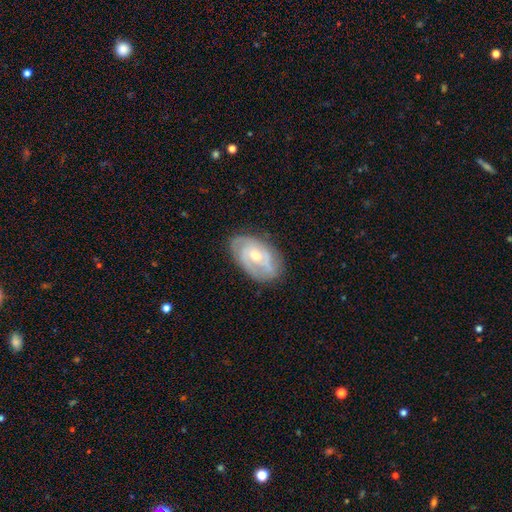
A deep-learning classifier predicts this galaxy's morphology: Smooth or featured?
  - featured or disk: 77% *
  - smooth: 17%
  - star or artifact: 6%
Edge-on disk?
  - no: 95% *
  - yes: 5%
Bar?
  - no: 59% *
  - weak: 33%
  - strong: 8%
Spiral arms?
  - yes: 89% *
  - no: 11%
Spiral winding?
  - tight: 52% *
  - medium: 36%
  - loose: 11%
Spiral arm count?
  - 2: 36% *
  - can't tell: 29%
  - 3: 23%
  - 1: 5%
  - 4: 5%
  - more than 4: 3%
Bulge size?
  - moderate: 54% *
  - small: 42%
  - large: 2%
  - none: 1%
  - dominant: 1%
Merging?
  - none: 74% *
  - minor disturbance: 20%
  - major disturbance: 5%
  - merger: 1%